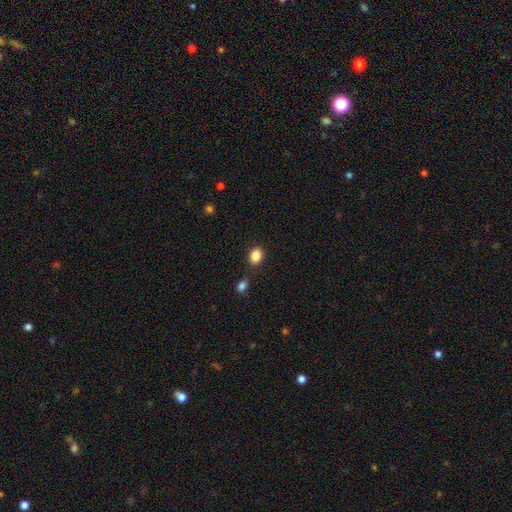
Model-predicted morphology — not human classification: smooth-or-featured: smooth: 86% | star or artifact: 10% | featured or disk: 4%
  how-rounded: in between: 57% | round: 42% | cigar-shaped: 1%
  merging: none: 81% | minor disturbance: 10% | merger: 6% | major disturbance: 3%